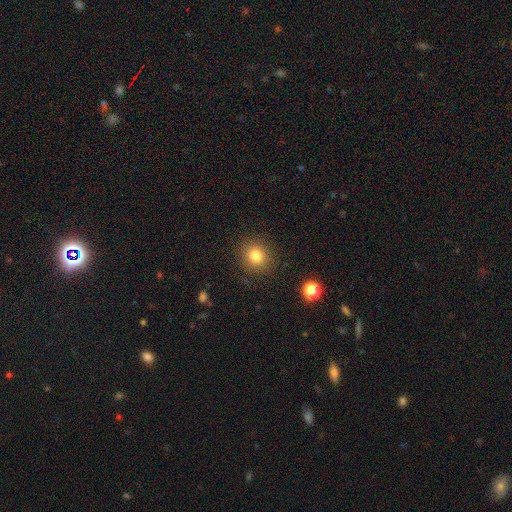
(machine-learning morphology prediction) The model was most divided on "smooth or featured": smooth: 80%, star or artifact: 12%, featured or disk: 8%. More confident: merging — none (88%); how rounded — round (85%).